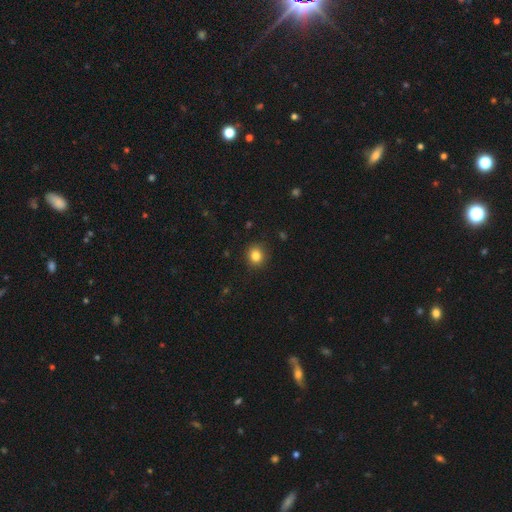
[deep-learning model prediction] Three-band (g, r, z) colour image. It shows a smooth galaxy with no disk features (84%) that is round (83%). Merging: none (89%).